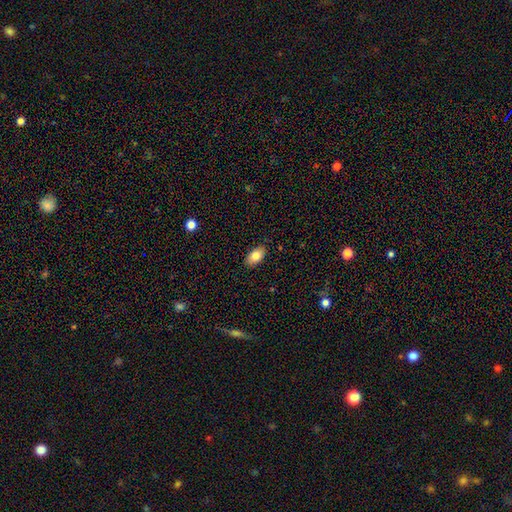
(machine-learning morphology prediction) A smooth galaxy with no disk features (81%) that is in between round and cigar-shaped (93%). Merging: none (87%).